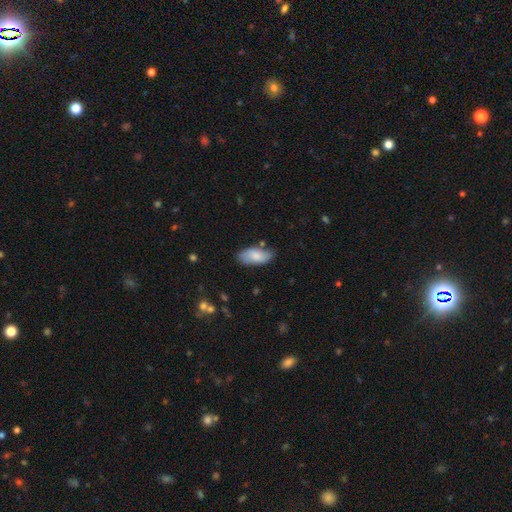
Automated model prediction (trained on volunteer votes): A smooth galaxy with no disk features (76%) that is in between round and cigar-shaped (91%).

Vote fractions:
- Smooth or featured? smooth: 76% / featured or disk: 18% / star or artifact: 6%
- How rounded? in between: 91% / cigar-shaped: 7% / round: 2%
- Merging? none: 75% / minor disturbance: 18% / major disturbance: 3% / merger: 3%